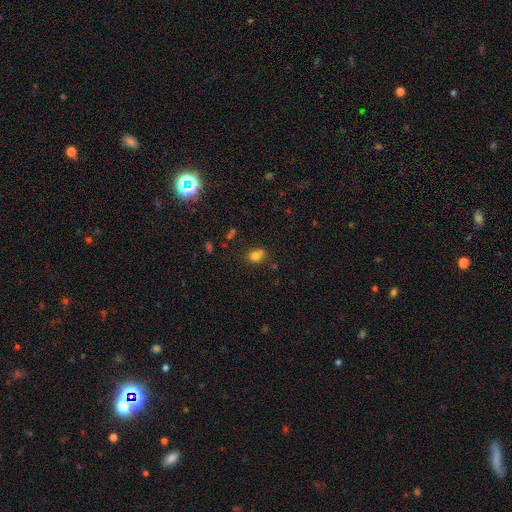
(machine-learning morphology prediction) A smooth galaxy with no disk features (78%) that is in between round and cigar-shaped (52%).

Vote fractions:
- Smooth or featured? smooth: 78% / star or artifact: 13% / featured or disk: 8%
- How rounded? in between: 52% / round: 47% / cigar-shaped: 1%
- Merging? none: 63% / minor disturbance: 20% / merger: 11% / major disturbance: 6%